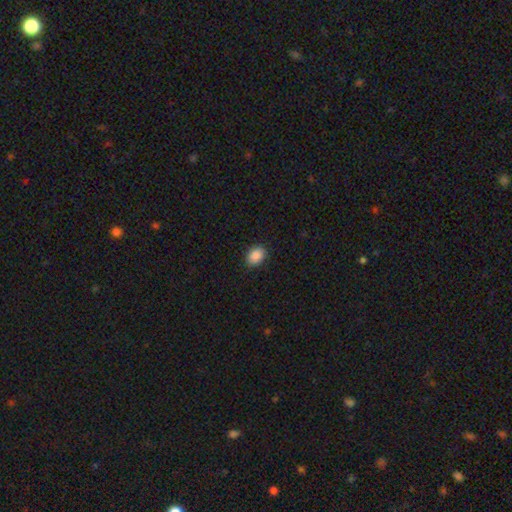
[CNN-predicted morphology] Smooth or featured?
  - smooth: 89% *
  - star or artifact: 8%
  - featured or disk: 3%
How rounded?
  - in between: 69% *
  - round: 30%
  - cigar-shaped: 1%
Merging?
  - none: 88% *
  - minor disturbance: 9%
  - major disturbance: 2%
  - merger: 1%